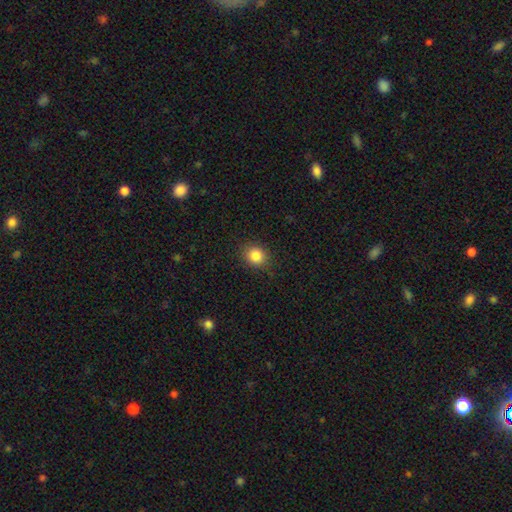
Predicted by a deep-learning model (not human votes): The model was most divided on "how rounded": round: 74%, in between: 25%, cigar-shaped: 1%. More confident: merging — none (88%); smooth or featured — smooth (85%).